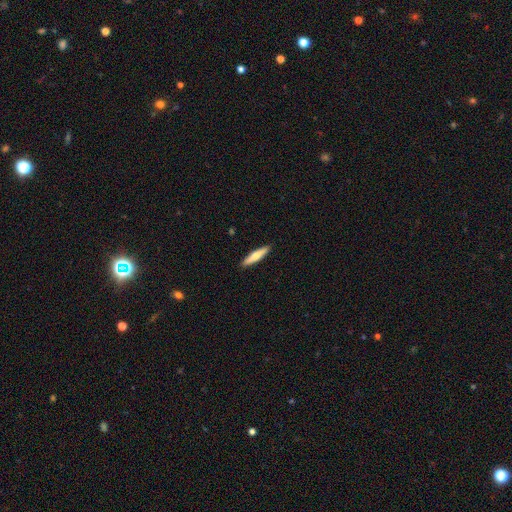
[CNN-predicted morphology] type=smooth (59%); roundness=cigar-shaped (83%); merging=none (91%).